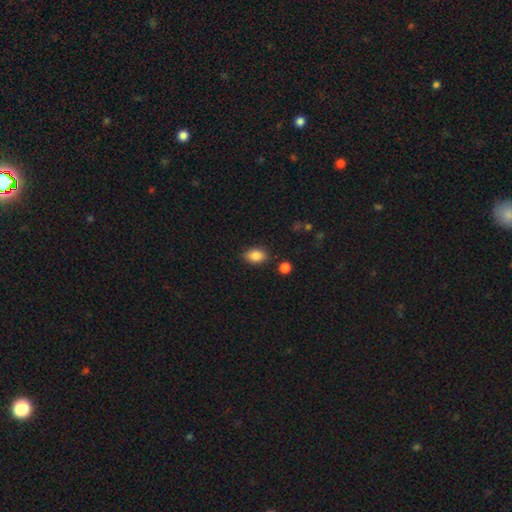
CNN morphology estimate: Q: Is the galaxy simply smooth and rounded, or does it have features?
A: smooth — 86%.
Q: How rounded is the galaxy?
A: in between — 78%.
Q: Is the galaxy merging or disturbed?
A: none — 82%.